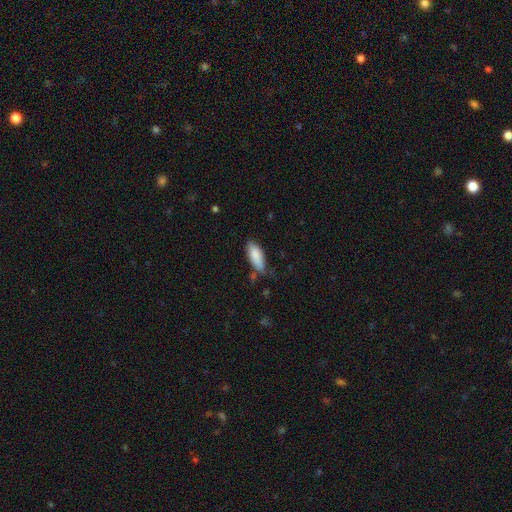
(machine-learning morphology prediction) A smooth galaxy with no disk features (86%) that is in between round and cigar-shaped (79%). Merging: none (60%).